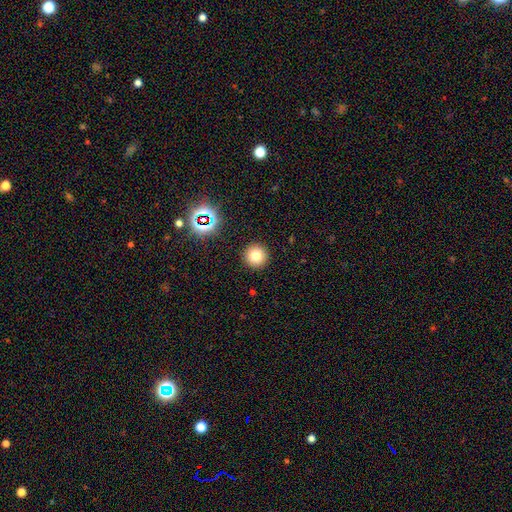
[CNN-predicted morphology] A smooth galaxy with no disk features (75%) that is round (96%).

Vote fractions:
- Smooth or featured? smooth: 75% / star or artifact: 16% / featured or disk: 8%
- How rounded? round: 96% / in between: 3% / cigar-shaped: 1%
- Merging? none: 92% / minor disturbance: 5% / major disturbance: 2% / merger: 1%